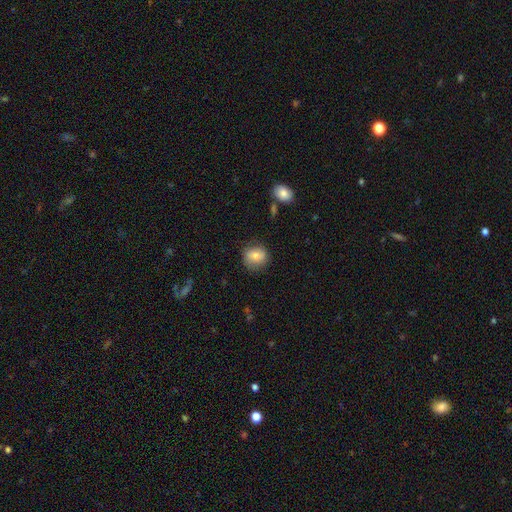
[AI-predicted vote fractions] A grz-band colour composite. It shows a smooth galaxy with no disk features (75%) that is round (74%). Merging: none (79%).